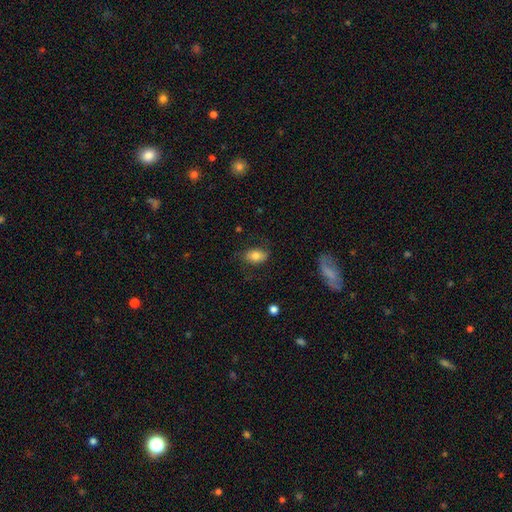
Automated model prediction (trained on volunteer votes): smooth-or-featured: smooth: 77% | featured or disk: 15% | star or artifact: 8%
  how-rounded: in between: 87% | round: 11% | cigar-shaped: 2%
  merging: none: 72% | minor disturbance: 19% | major disturbance: 7% | merger: 2%